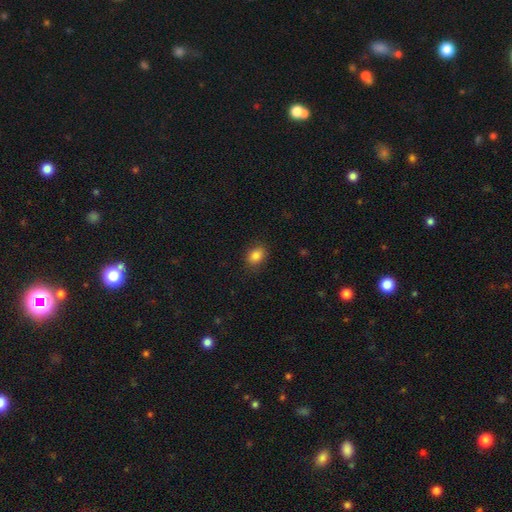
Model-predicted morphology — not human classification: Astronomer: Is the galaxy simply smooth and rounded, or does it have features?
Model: smooth — 85%.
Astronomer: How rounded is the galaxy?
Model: in between — 70%.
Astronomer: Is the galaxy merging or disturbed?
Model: none — 86%.